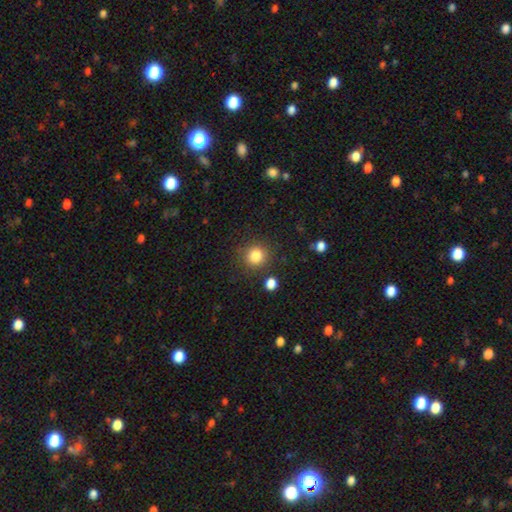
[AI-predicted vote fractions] smooth 83%, star or artifact 12%, featured or disk 5%. Down the decision tree: how rounded — round (89%); merging — none (85%).